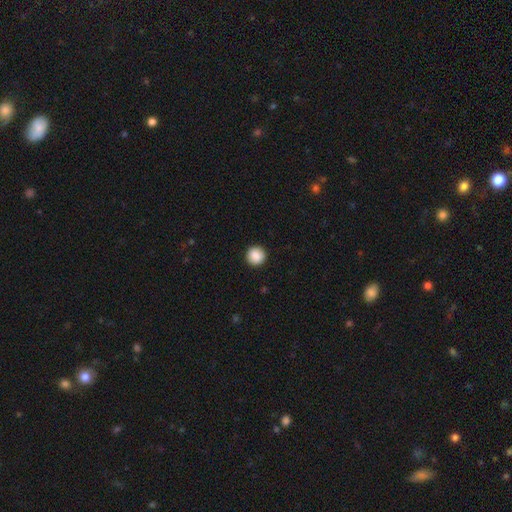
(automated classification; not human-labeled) A smooth galaxy with no disk features (88%) that is round (93%). Merging: none (92%).